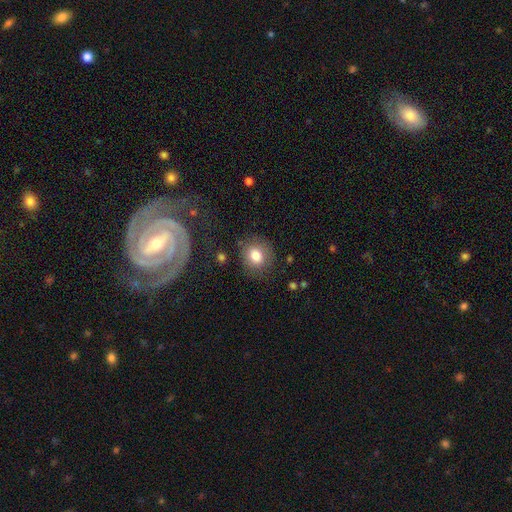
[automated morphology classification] Q: Smooth or featured?
A: smooth (80%); runner-up: featured or disk (10%)
Q: How rounded?
A: round (76%); runner-up: in between (23%)
Q: Merging?
A: none (81%); runner-up: minor disturbance (12%)